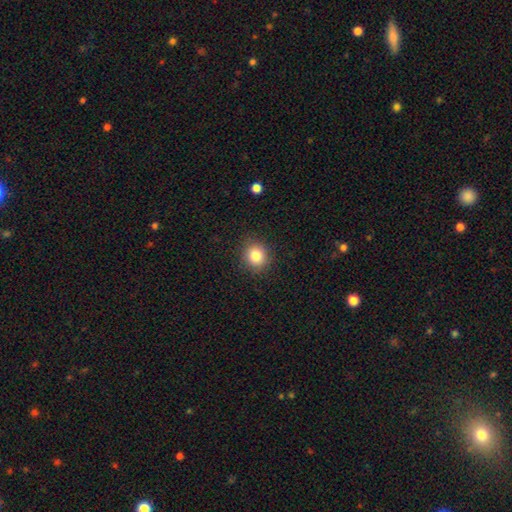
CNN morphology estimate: A smooth galaxy with no disk features (84%) that is round (82%).

Vote fractions:
- Smooth or featured? smooth: 84% / star or artifact: 11% / featured or disk: 6%
- How rounded? round: 82% / in between: 17% / cigar-shaped: 1%
- Merging? none: 89% / minor disturbance: 8% / major disturbance: 2% / merger: 1%